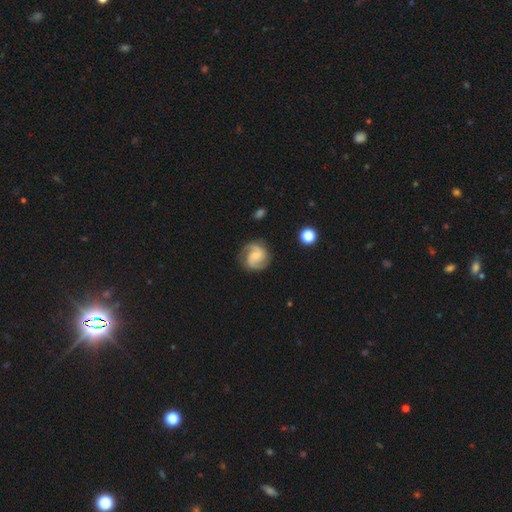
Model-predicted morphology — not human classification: The model was most divided on "spiral winding": medium: 50%, tight: 36%, loose: 14%. More confident: edge-on disk — no (98%); spiral arms — yes (98%); spiral arm count — 2 (88%); smooth or featured — featured or disk (84%); merging — none (81%); bulge size — small (55%); bar — no (54%).